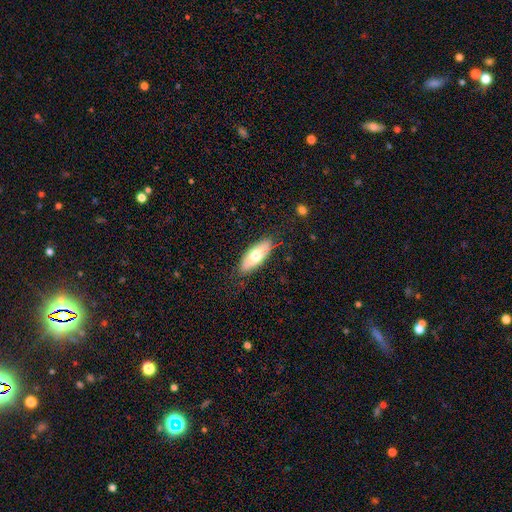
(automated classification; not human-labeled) smooth-or-featured: smooth: 67% | featured or disk: 27% | star or artifact: 6%
  how-rounded: in between: 76% | cigar-shaped: 21% | round: 2%
  merging: none: 82% | minor disturbance: 14% | major disturbance: 3% | merger: 1%